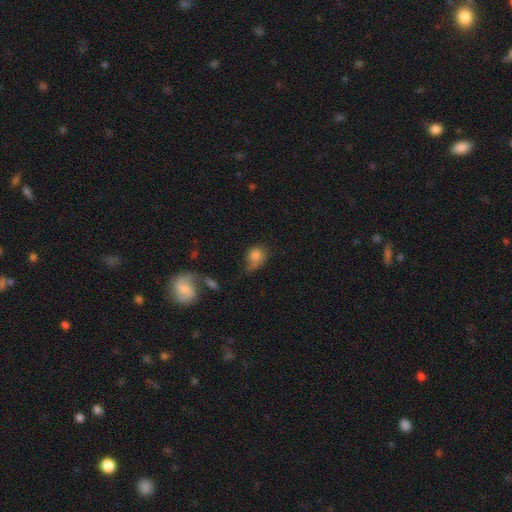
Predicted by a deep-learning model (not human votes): Overall: smooth (79%). How rounded: round (54%; in between 45%). Merging: minor disturbance (36%, tied with none).